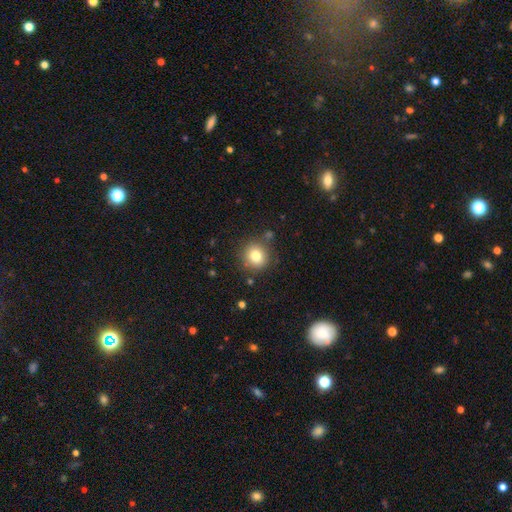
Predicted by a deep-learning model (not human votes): Overall: smooth (80%). How rounded: round (88%). Merging: none (84%).